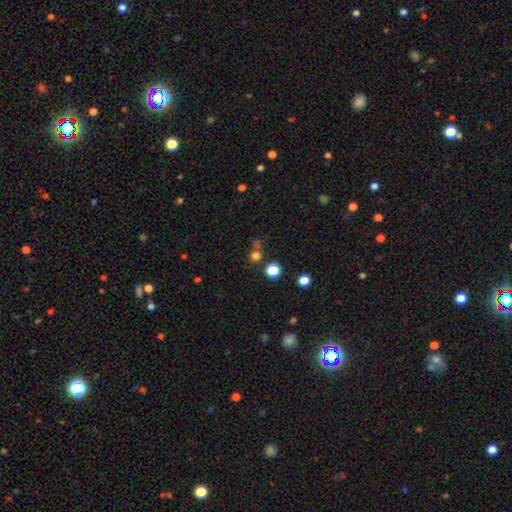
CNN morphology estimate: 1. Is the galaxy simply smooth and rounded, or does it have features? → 70% smooth, 23% star or artifact, 7% featured or disk.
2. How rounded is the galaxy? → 90% round, 9% in between, 1% cigar-shaped.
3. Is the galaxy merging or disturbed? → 63% none, 24% merger, 8% minor disturbance, 5% major disturbance.